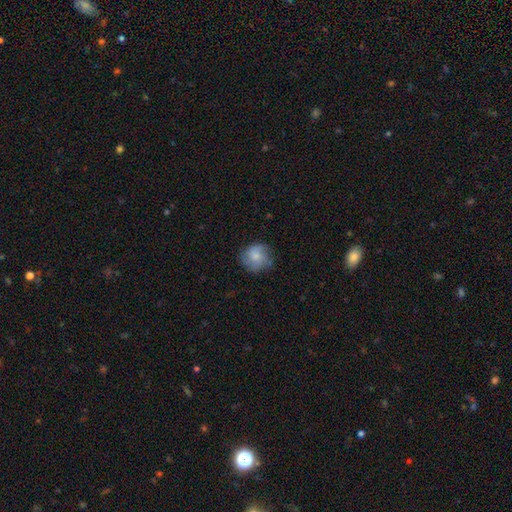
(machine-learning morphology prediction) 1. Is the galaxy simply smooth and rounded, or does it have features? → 69% smooth, 23% featured or disk, 8% star or artifact.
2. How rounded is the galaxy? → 85% round, 14% in between, 1% cigar-shaped.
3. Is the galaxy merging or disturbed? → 70% none, 21% minor disturbance, 7% major disturbance, 1% merger.